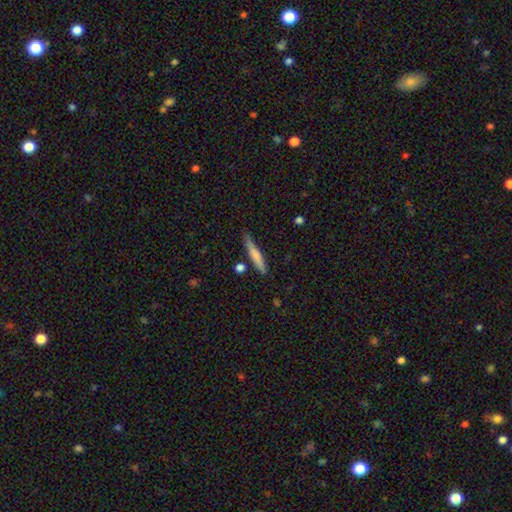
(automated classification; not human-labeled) Smooth or featured? smooth (70%)
How rounded? cigar-shaped (93%)
Merging? none (78%)